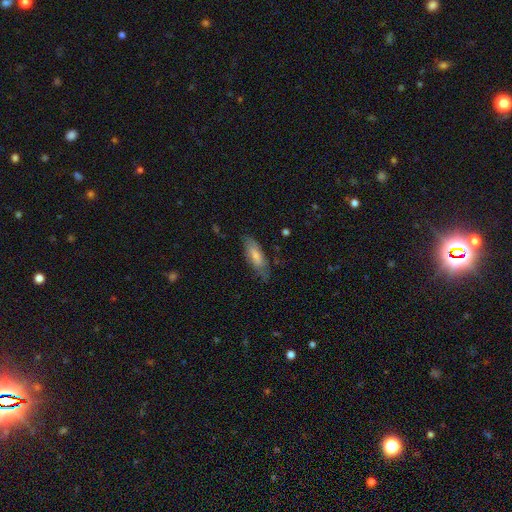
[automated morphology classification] Overall: smooth (71%). How rounded: in between (59%; cigar-shaped 39%). Merging: none (69%).